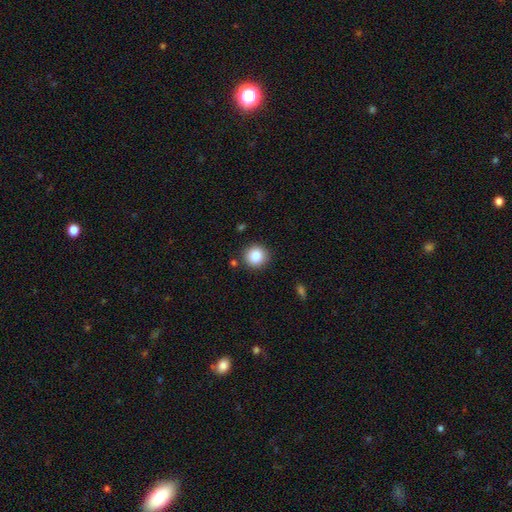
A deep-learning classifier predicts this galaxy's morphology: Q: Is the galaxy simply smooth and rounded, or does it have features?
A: smooth — 83%.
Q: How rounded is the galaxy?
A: round — 92%.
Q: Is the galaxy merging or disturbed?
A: none — 89%.